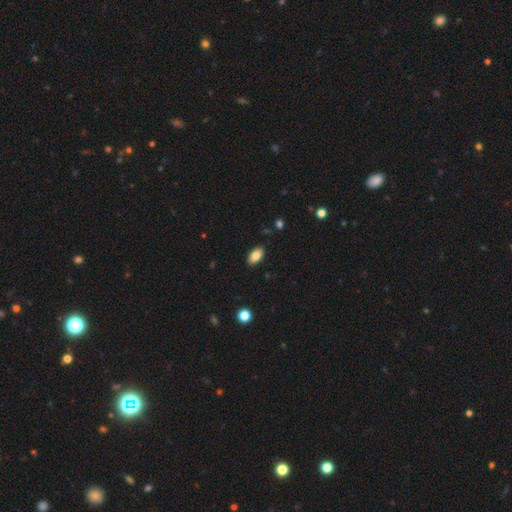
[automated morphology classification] A smooth galaxy with no disk features (83%) that is in between round and cigar-shaped (93%).

Vote fractions:
- Smooth or featured? smooth: 83% / featured or disk: 9% / star or artifact: 8%
- How rounded? in between: 93% / round: 5% / cigar-shaped: 2%
- Merging? none: 88% / minor disturbance: 9% / major disturbance: 2% / merger: 1%